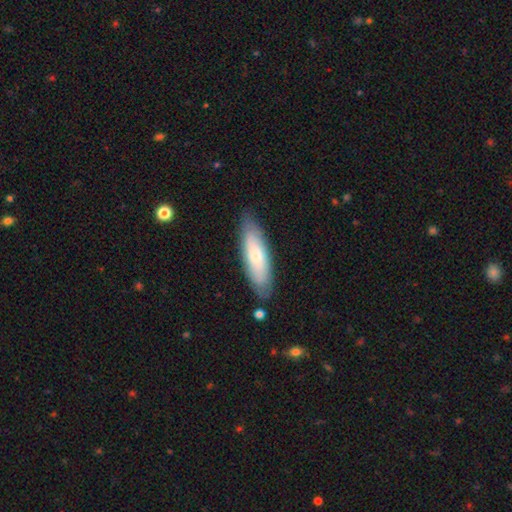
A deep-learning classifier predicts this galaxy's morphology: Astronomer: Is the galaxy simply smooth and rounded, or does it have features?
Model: smooth — 63%.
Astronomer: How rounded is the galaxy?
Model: cigar-shaped — 54% (runner-up: in between, 44%).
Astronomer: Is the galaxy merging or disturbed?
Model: none — 83%.